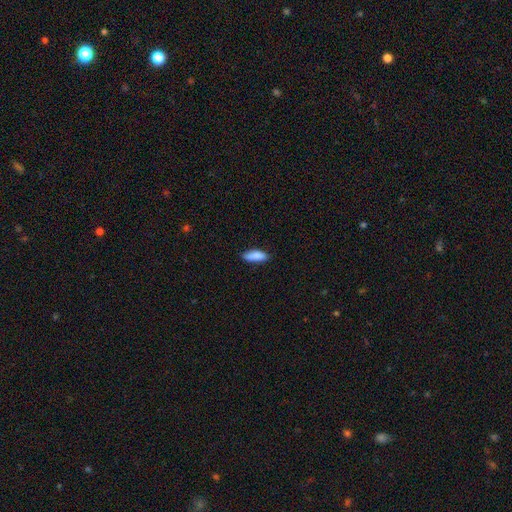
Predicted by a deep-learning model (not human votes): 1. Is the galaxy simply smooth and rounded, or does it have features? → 87% smooth, 6% star or artifact, 6% featured or disk.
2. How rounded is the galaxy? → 67% in between, 31% cigar-shaped, 2% round.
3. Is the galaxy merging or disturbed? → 79% none, 17% minor disturbance, 3% major disturbance, 1% merger.